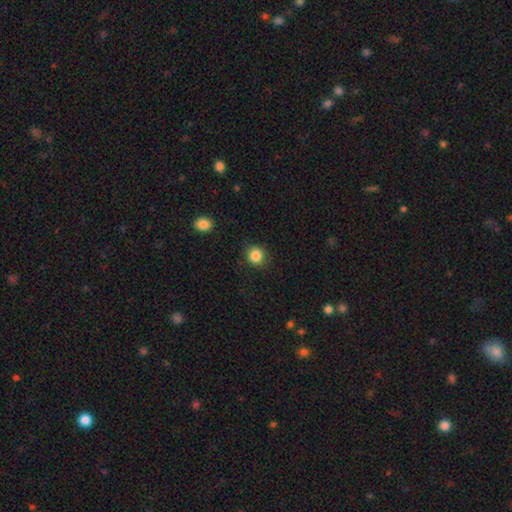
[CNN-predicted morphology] smooth_or_featured: smooth (p=0.86) [alt: star or artifact p=0.10]
how_rounded: round (p=0.86) [alt: in between p=0.13]
merging: none (p=0.84) [alt: minor disturbance p=0.11]